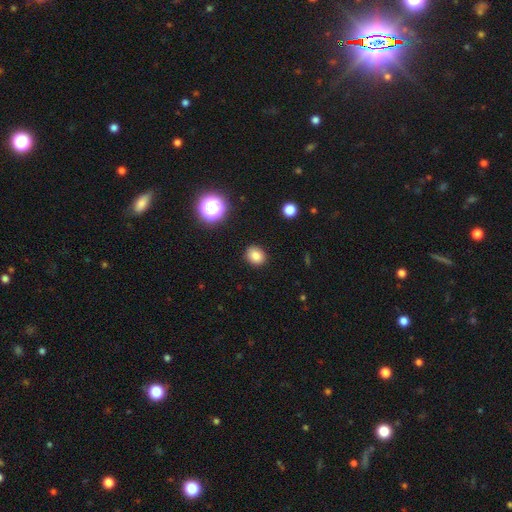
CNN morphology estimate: smooth 83%, star or artifact 12%, featured or disk 6%. Down the decision tree: how rounded — round (65%); merging — none (90%).